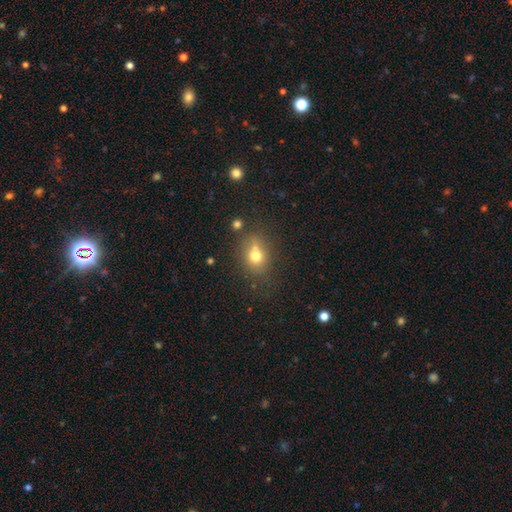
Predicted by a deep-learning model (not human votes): A smooth galaxy with no disk features (71%) that is round (55%). Merging: none (57%).